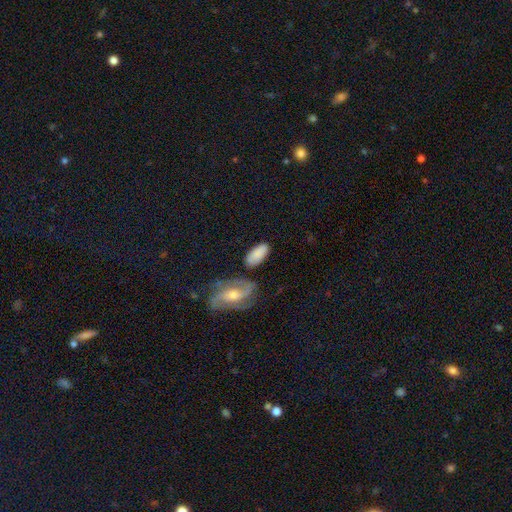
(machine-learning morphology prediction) smooth-or-featured: smooth: 80% | featured or disk: 14% | star or artifact: 6%
  how-rounded: in between: 89% | cigar-shaped: 8% | round: 3%
  merging: none: 69% | minor disturbance: 17% | merger: 8% | major disturbance: 6%